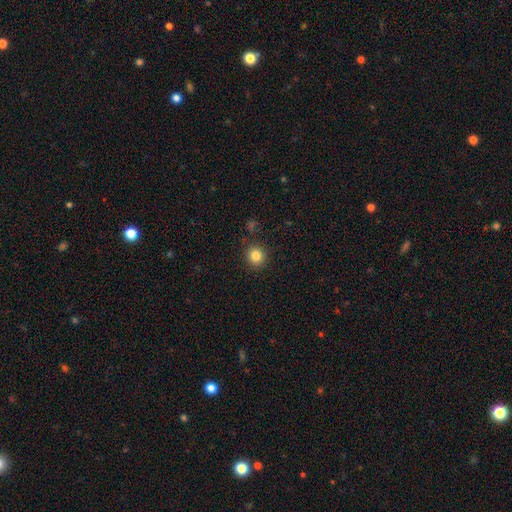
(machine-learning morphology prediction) A smooth galaxy with no disk features (84%) that is round (91%).

Vote fractions:
- Smooth or featured? smooth: 84% / star or artifact: 11% / featured or disk: 5%
- How rounded? round: 91% / in between: 8% / cigar-shaped: 1%
- Merging? none: 89% / minor disturbance: 7% / major disturbance: 2% / merger: 2%